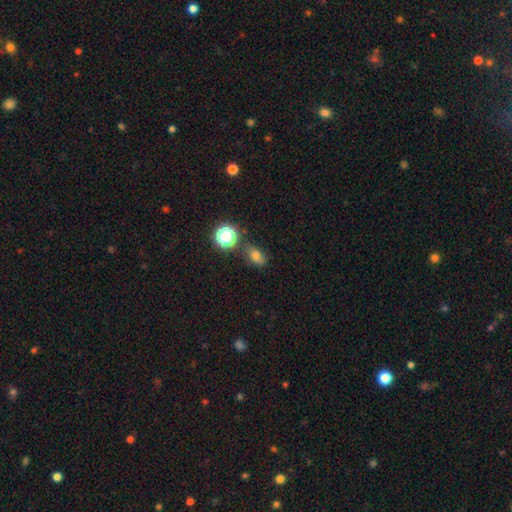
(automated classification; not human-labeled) Smooth or featured? smooth (63%)
How rounded? in between (69%)
Merging? none (68%)